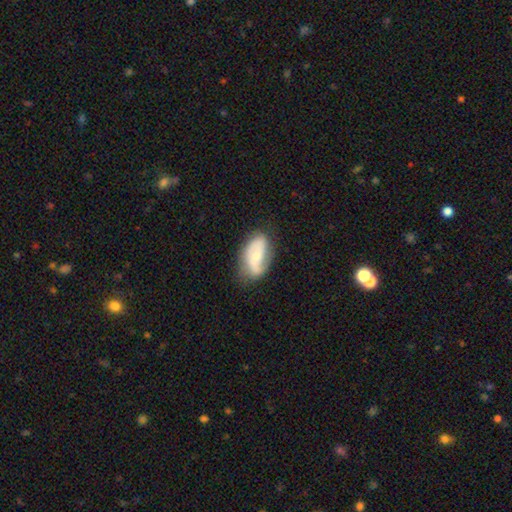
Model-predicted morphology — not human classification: Overall: featured or disk (63%; smooth 31%). Edge-on disk: no (96%). Bar: no (45%; weak 38%). Spiral arms: yes (88%). Spiral arm count: 2 (79%). Spiral winding: medium (41%; loose 38%). Bulge size: small (53%; moderate 34%). Merging: none (64%; minor disturbance 25%).